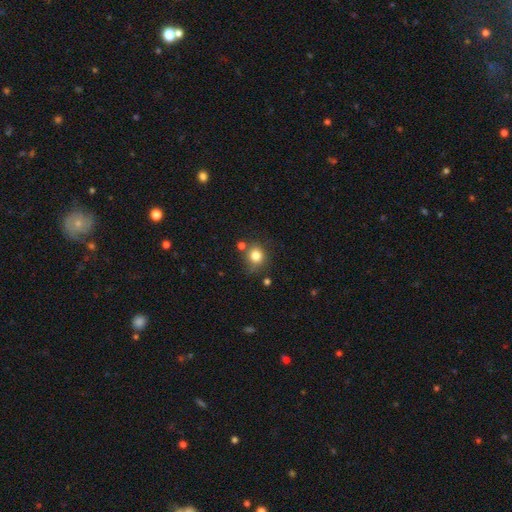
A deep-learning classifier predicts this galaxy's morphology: The model was most divided on "merging": none: 71%, minor disturbance: 14%, merger: 10%, major disturbance: 4%. More confident: how rounded — round (82%); smooth or featured — smooth (81%).